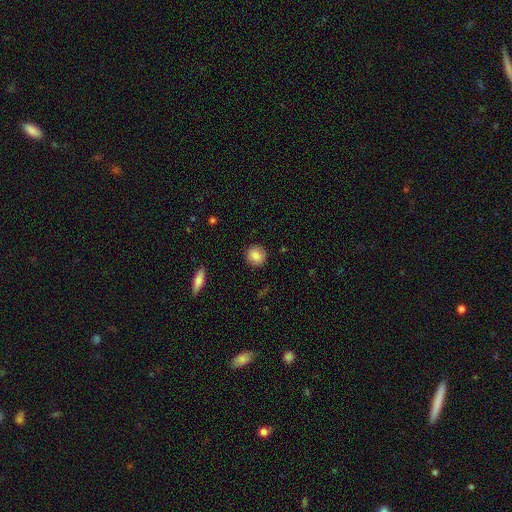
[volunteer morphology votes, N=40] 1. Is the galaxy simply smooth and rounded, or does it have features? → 82% smooth, 12% star or artifact, 5% featured or disk.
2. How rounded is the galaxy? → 85% round, 15% in between, 0% cigar-shaped.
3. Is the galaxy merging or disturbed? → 91% none, 9% minor disturbance, 0% major disturbance, 0% merger.